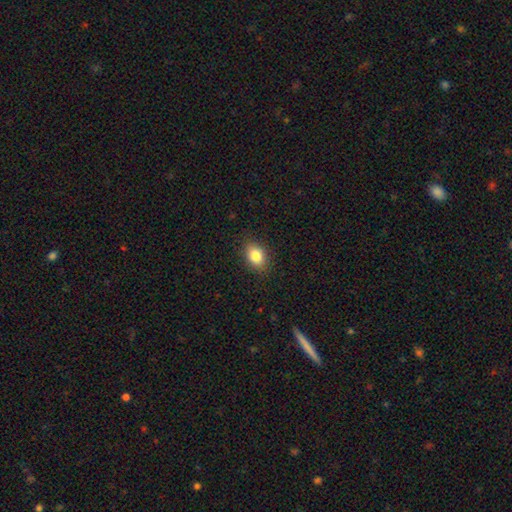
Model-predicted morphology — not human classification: Smooth or featured?
  - smooth: 84% *
  - star or artifact: 9%
  - featured or disk: 7%
How rounded?
  - in between: 75% *
  - round: 24%
  - cigar-shaped: 1%
Merging?
  - none: 87% *
  - minor disturbance: 10%
  - major disturbance: 2%
  - merger: 1%